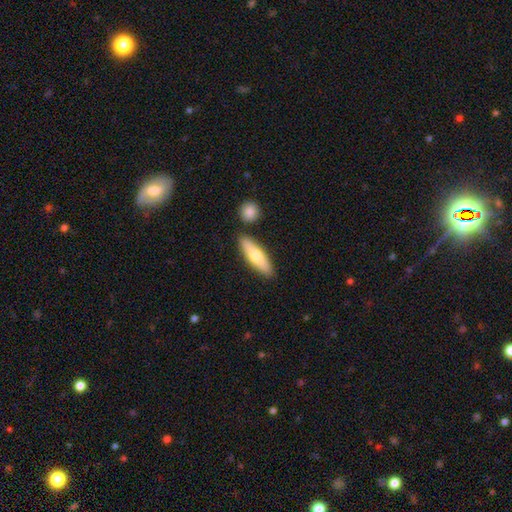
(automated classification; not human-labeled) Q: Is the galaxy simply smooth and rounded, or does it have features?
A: smooth — 65%.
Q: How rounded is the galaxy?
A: cigar-shaped — 60%.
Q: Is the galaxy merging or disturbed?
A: none — 83%.